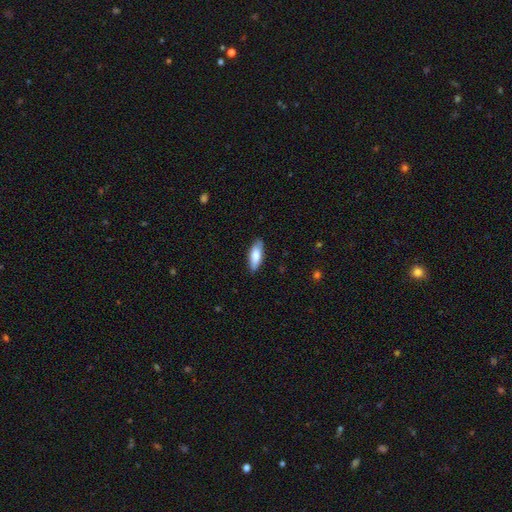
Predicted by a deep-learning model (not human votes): smooth 80%, featured or disk 14%, star or artifact 6%. Down the decision tree: how rounded — in between (67%); merging — none (84%).